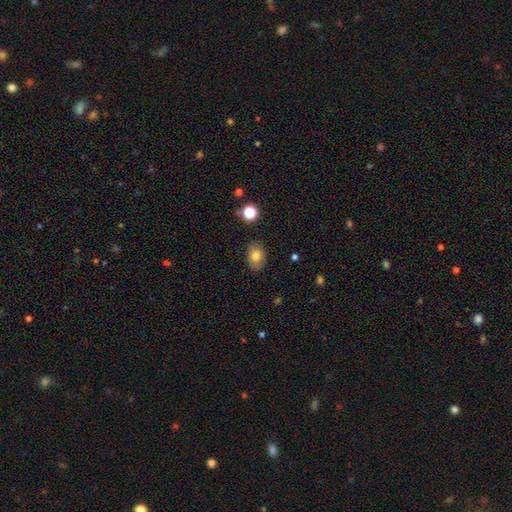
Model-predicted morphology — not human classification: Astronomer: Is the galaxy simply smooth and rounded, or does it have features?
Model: smooth — 78%.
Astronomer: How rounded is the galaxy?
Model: in between — 75%.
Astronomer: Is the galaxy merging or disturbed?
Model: none — 84%.